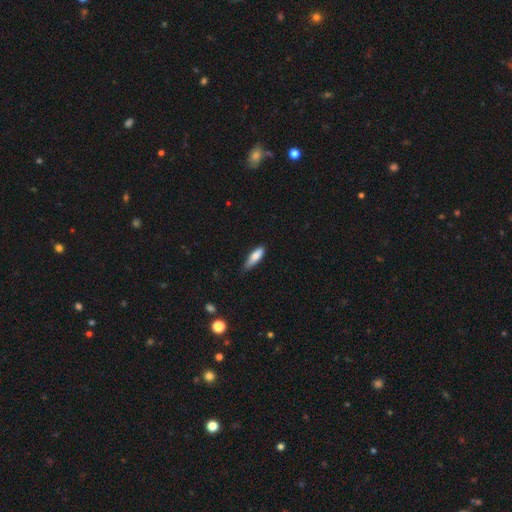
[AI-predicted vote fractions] The model was most divided on "how rounded": cigar-shaped: 53%, in between: 45%, round: 2%. More confident: smooth or featured — smooth (78%); merging — none (61%).